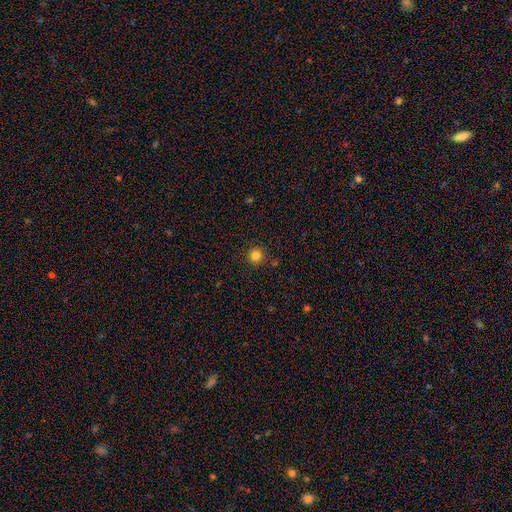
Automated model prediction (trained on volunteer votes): Morphology: type=smooth (82%); roundness=round (95%); merging=none (90%).